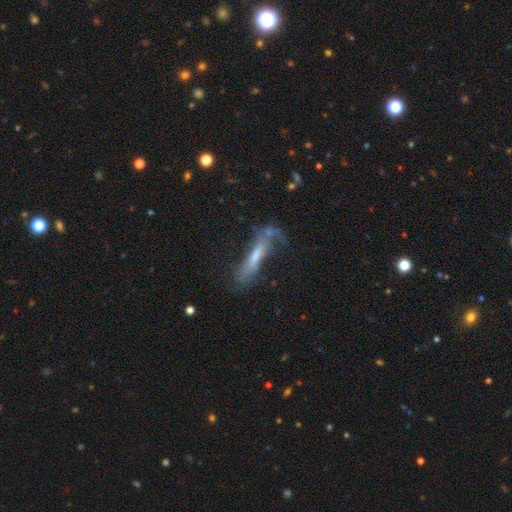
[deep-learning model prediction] Smooth or featured: featured or disk — 51% (smooth — 39%)
Edge-on disk: yes — 56% (no — 44%)
Merging: none — 41% (major disturbance — 27%)